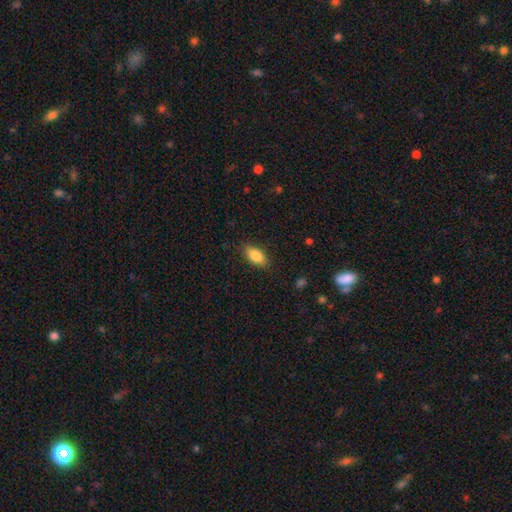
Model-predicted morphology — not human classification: The model was most divided on "merging": none: 85%, minor disturbance: 11%, major disturbance: 3%, merger: 1%. More confident: how rounded — in between (86%); smooth or featured — smooth (83%).